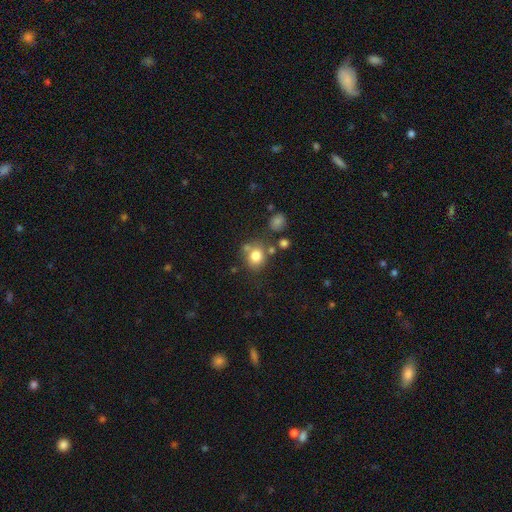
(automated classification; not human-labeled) Morphology: type=smooth (79%); roundness=round (75%); merging=none (63%).